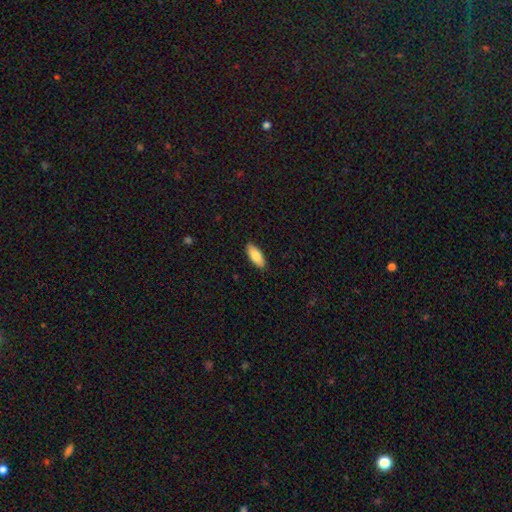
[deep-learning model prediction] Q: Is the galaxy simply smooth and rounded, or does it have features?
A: smooth — 81%.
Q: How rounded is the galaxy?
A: in between — 82%.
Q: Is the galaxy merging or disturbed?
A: none — 89%.